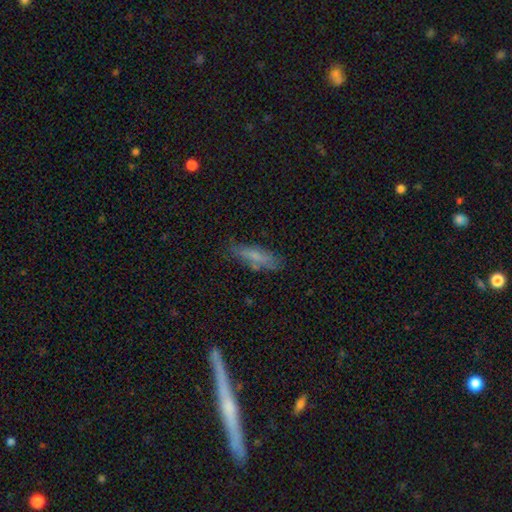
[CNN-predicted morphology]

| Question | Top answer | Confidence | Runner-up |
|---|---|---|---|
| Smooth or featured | smooth | 68% | featured or disk (23%) |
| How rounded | cigar-shaped | 64% | in between (34%) |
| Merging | none | 73% | minor disturbance (19%) |